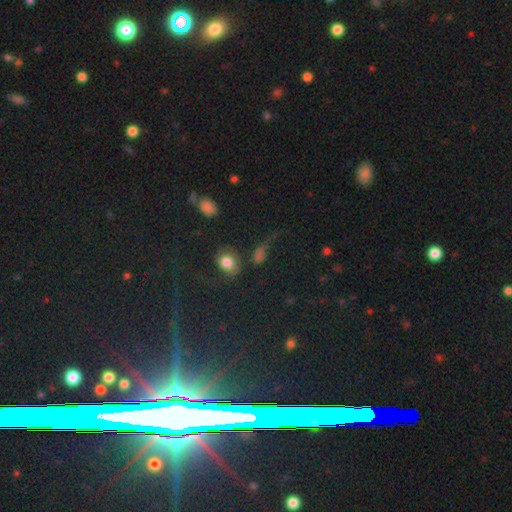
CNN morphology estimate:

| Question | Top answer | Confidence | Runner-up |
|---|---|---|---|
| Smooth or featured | star or artifact | 53% | smooth (31%) |